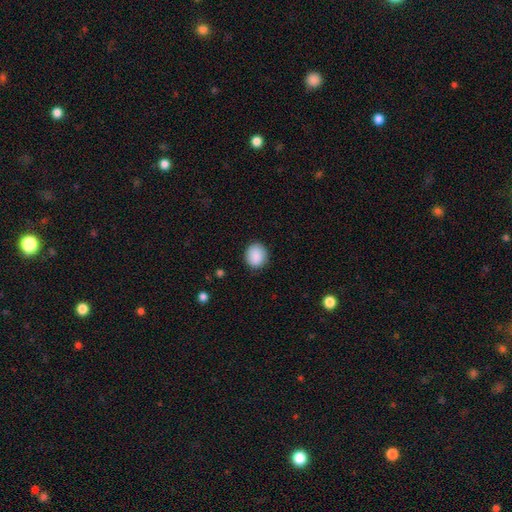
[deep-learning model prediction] Q: Smooth or featured?
A: smooth (89%); runner-up: star or artifact (7%)
Q: How rounded?
A: round (75%); runner-up: in between (24%)
Q: Merging?
A: none (87%); runner-up: minor disturbance (9%)